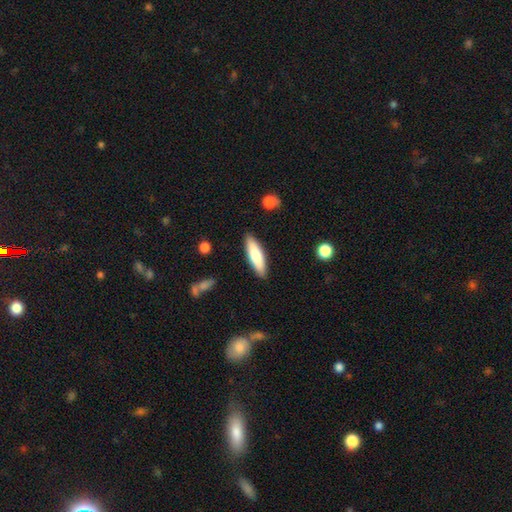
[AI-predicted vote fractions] Smooth or featured?
  - smooth: 76% *
  - featured or disk: 19%
  - star or artifact: 5%
How rounded?
  - cigar-shaped: 65% *
  - in between: 33%
  - round: 1%
Merging?
  - none: 88% *
  - minor disturbance: 8%
  - major disturbance: 2%
  - merger: 1%